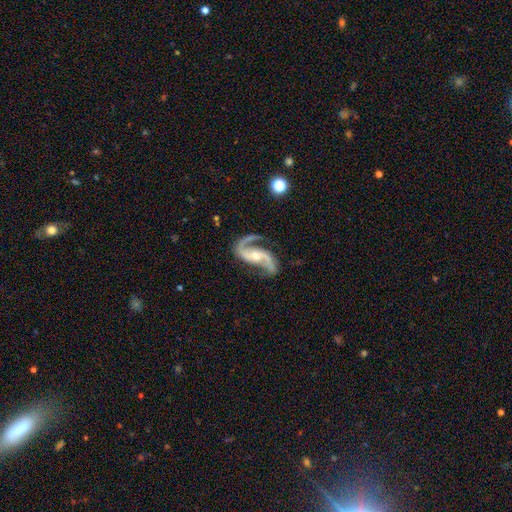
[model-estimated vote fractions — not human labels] featured or disk 93%, star or artifact 4%, smooth 3%. Down the decision tree: edge-on disk — no (97%); bar — no (45%); spiral arms — yes (98%); spiral arm count — 2 (94%); spiral winding — loose (48%); bulge size — moderate (49%); merging — none (71%).